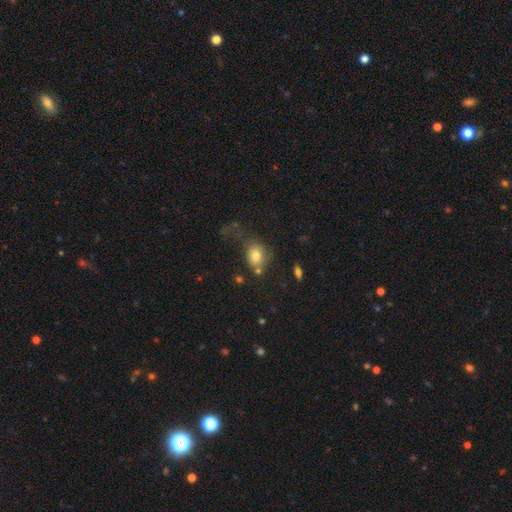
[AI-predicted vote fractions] Smooth or featured: smooth — 77% (featured or disk — 12%)
How rounded: round — 53% (in between — 46%)
Merging: none — 42% (major disturbance — 24%)